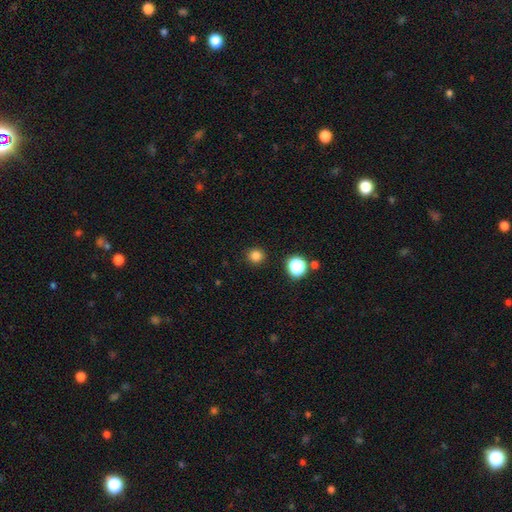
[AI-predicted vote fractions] Smooth or featured? smooth (81%)
How rounded? round (93%)
Merging? none (91%)